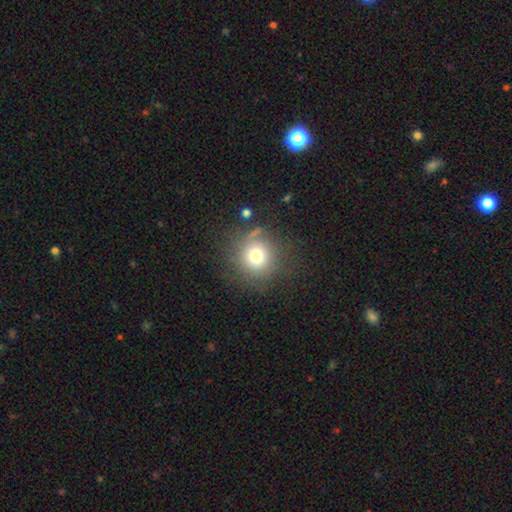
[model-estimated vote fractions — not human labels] smooth-or-featured: smooth: 72% | star or artifact: 16% | featured or disk: 12%
  how-rounded: round: 90% | in between: 9% | cigar-shaped: 1%
  merging: none: 75% | minor disturbance: 13% | major disturbance: 8% | merger: 4%